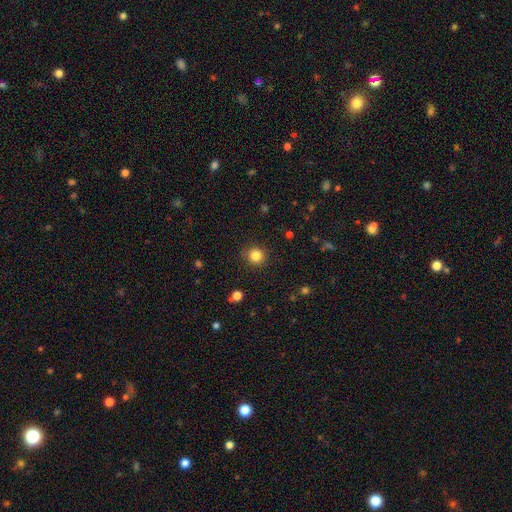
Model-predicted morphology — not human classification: Smooth or featured? smooth (84%)
How rounded? round (93%)
Merging? none (89%)